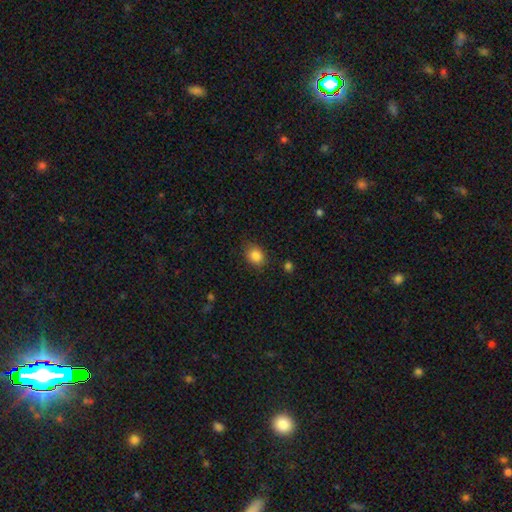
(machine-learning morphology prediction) Smooth or featured: smooth — 86% (star or artifact — 9%)
How rounded: in between — 50% (round — 49%)
Merging: none — 79% (minor disturbance — 16%)